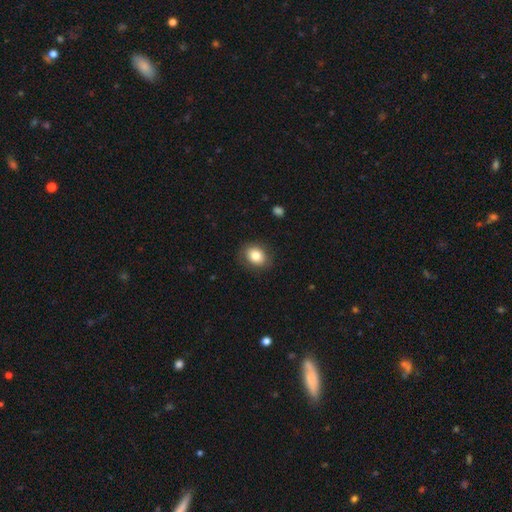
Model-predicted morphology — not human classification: smooth_or_featured: smooth (p=0.81) [alt: featured or disk p=0.10]
how_rounded: round (p=0.50) [alt: in between p=0.49]
merging: none (p=0.85) [alt: minor disturbance p=0.11]